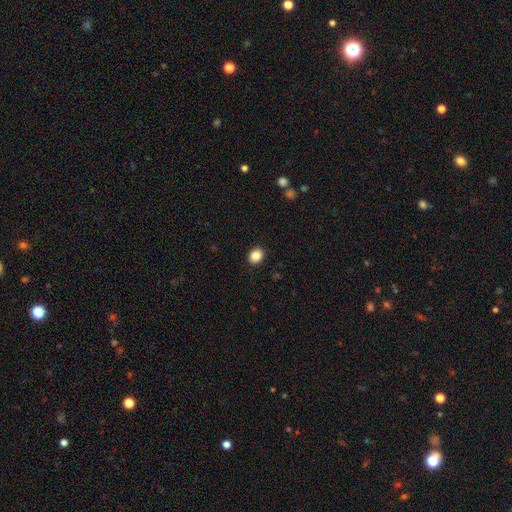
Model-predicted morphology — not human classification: Smooth or featured?
  - smooth: 87% *
  - star or artifact: 9%
  - featured or disk: 4%
How rounded?
  - round: 57% *
  - in between: 42%
  - cigar-shaped: 1%
Merging?
  - none: 91% *
  - minor disturbance: 6%
  - major disturbance: 2%
  - merger: 1%